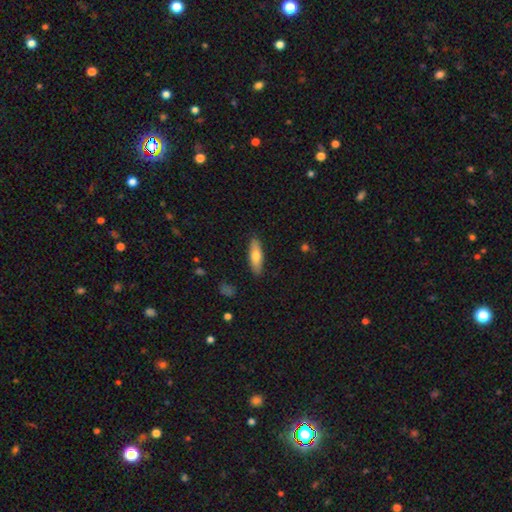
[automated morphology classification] A smooth galaxy with no disk features (71%) that is in between round and cigar-shaped (51%). Merging: none (87%).